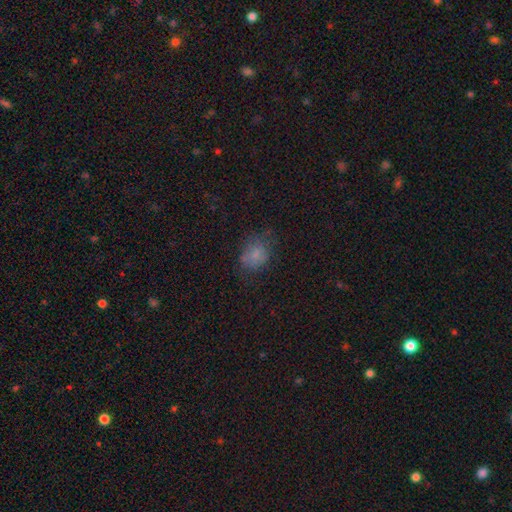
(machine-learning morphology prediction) Overall: smooth (73%). How rounded: in between (54%; round 45%). Merging: none (60%; minor disturbance 25%).